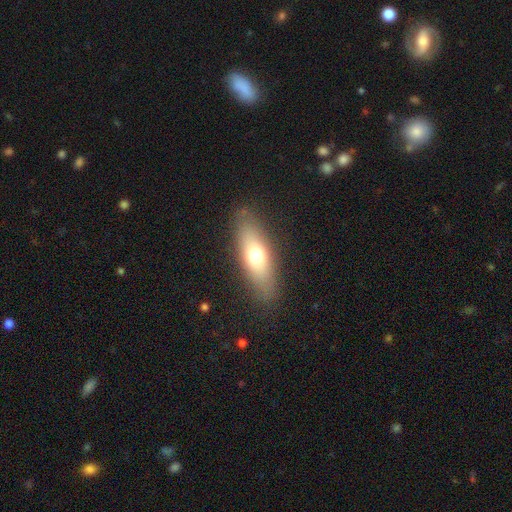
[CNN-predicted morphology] The model was most divided on "how rounded": in between: 54%, cigar-shaped: 44%, round: 3%. More confident: merging — none (85%); smooth or featured — smooth (65%).